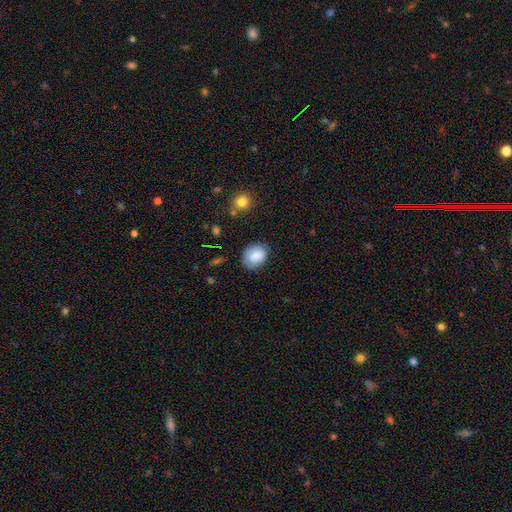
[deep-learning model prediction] Smooth or featured? Predicted: smooth (p=0.82). How rounded? Predicted: in between (p=0.66). Merging? Predicted: none (p=0.73).